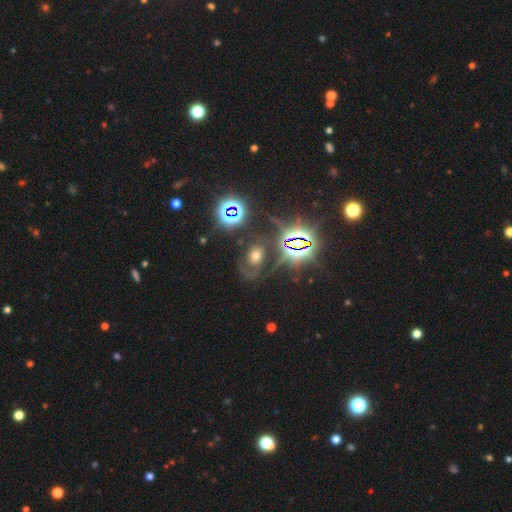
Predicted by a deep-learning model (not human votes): Smooth or featured?
  - star or artifact: 37% *
  - smooth: 33%
  - featured or disk: 30%